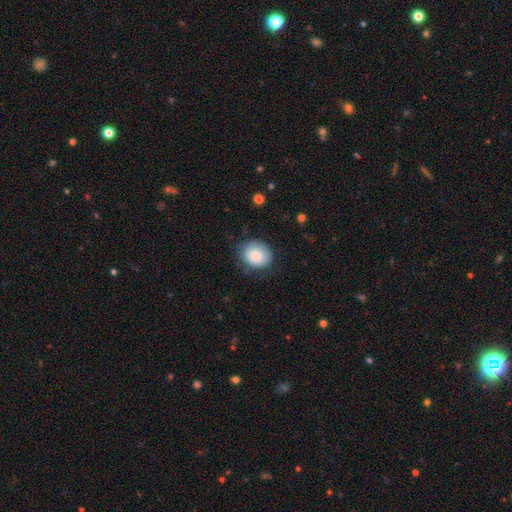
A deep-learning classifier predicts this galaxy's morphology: Overall: smooth (82%). How rounded: round (70%). Merging: none (74%).